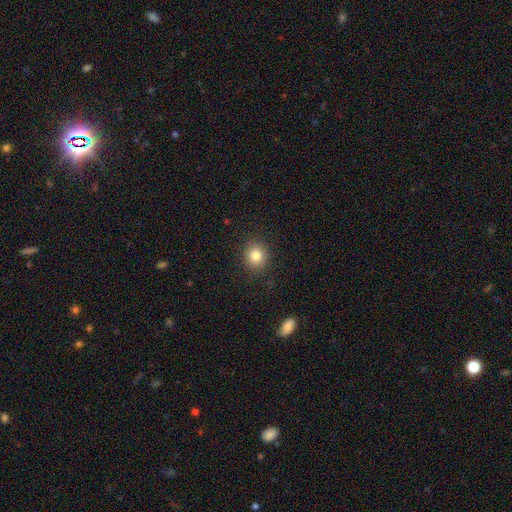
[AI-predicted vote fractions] Morphology: type=smooth (82%); roundness=round (82%); merging=none (90%).